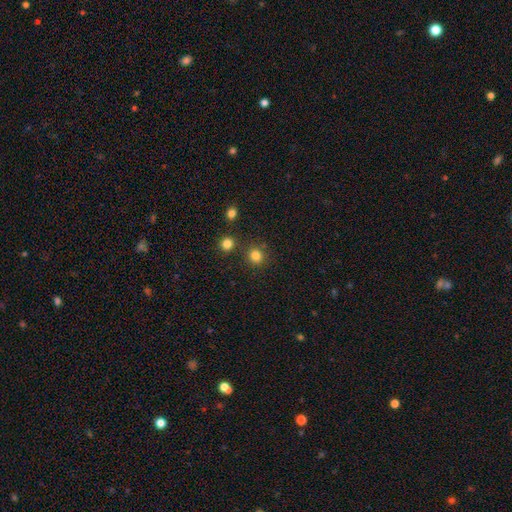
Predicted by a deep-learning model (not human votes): A smooth galaxy with no disk features (82%) that is round (91%). Merging: none (84%).